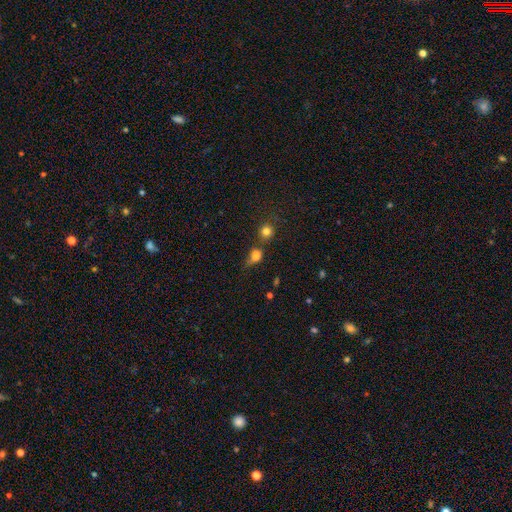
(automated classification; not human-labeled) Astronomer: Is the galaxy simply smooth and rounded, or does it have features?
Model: smooth — 73%.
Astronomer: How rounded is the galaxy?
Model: round — 49% (runner-up: in between, 45%).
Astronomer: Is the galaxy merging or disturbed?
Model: none — 38% (runner-up: merger, 26%).